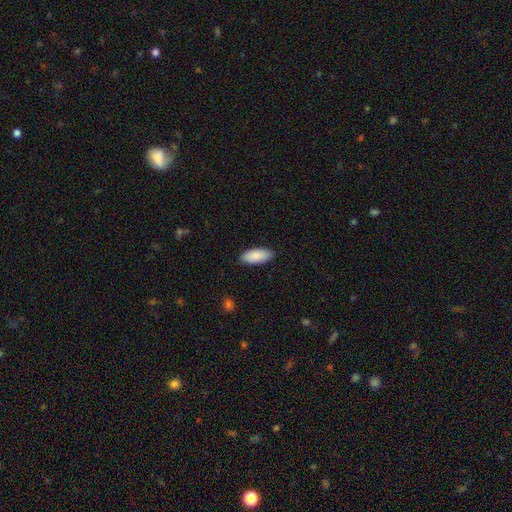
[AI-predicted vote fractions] Overall: smooth (89%). How rounded: in between (83%). Merging: none (88%).